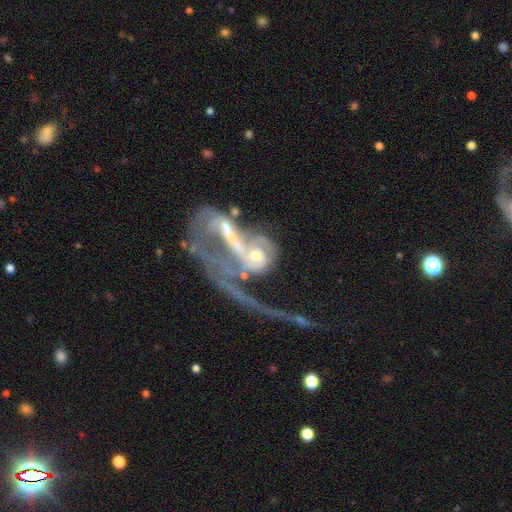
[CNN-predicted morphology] Overall: featured or disk (69%). Edge-on disk: no (90%). Bar: no (64%). Spiral arms: yes (70%; no 30%). Bulge size: moderate (55%; small 18%). Merging: merger (53%; major disturbance 27%).